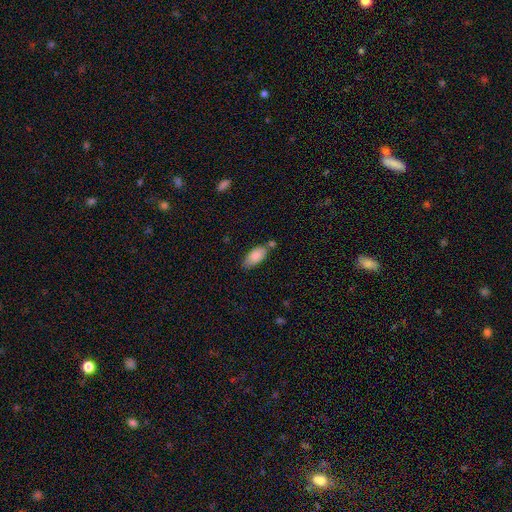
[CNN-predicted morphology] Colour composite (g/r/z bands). It shows a smooth galaxy with no disk features (82%) that is in between round and cigar-shaped (90%). Merging: none (62%).